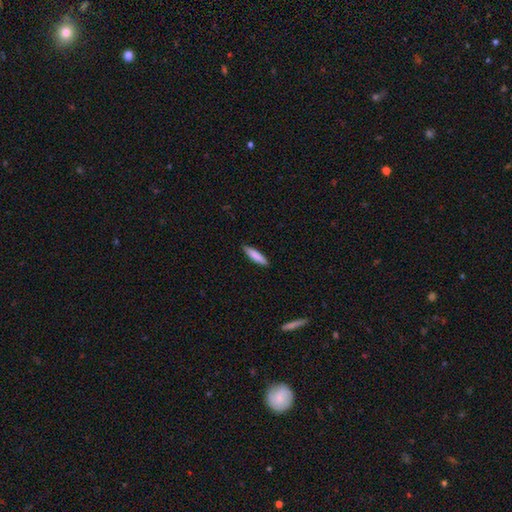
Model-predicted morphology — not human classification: type=smooth (85%); roundness=cigar-shaped (77%); merging=none (89%).